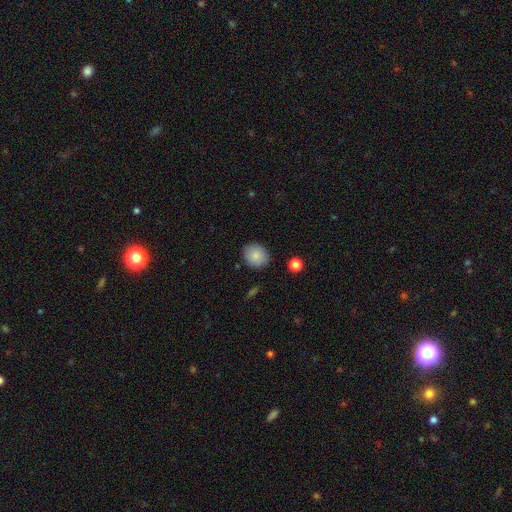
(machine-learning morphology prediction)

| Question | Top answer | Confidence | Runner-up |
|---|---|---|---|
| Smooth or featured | smooth | 85% | star or artifact (8%) |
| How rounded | round | 66% | in between (33%) |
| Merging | none | 85% | minor disturbance (11%) |